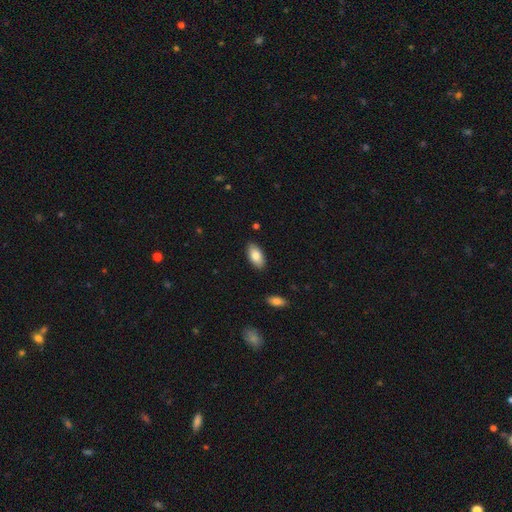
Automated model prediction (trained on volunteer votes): A smooth galaxy with no disk features (83%) that is in between round and cigar-shaped (94%). Merging: none (88%).